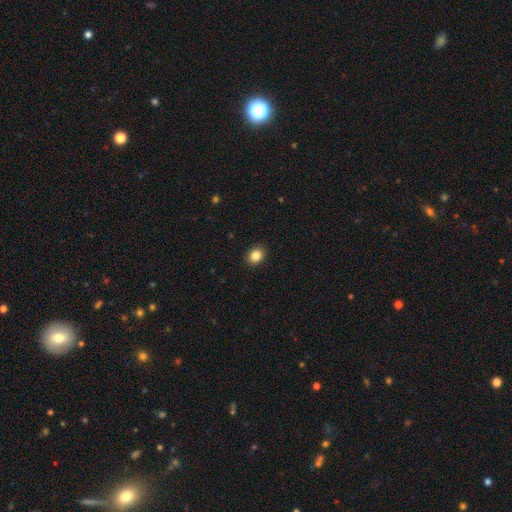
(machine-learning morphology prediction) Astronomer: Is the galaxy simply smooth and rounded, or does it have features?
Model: smooth — 85%.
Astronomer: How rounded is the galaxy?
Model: round — 57% (runner-up: in between, 42%).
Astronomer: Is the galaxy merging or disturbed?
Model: none — 91%.